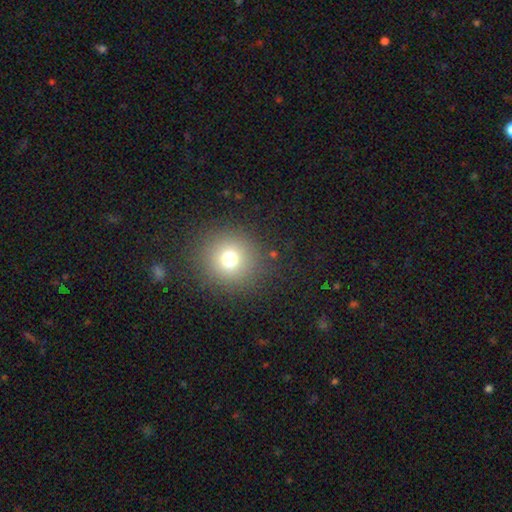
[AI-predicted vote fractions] smooth 68%, star or artifact 25%, featured or disk 7%. Down the decision tree: how rounded — round (92%); merging — none (91%).